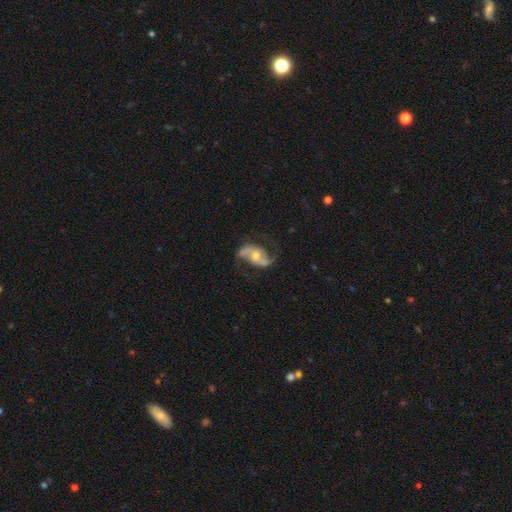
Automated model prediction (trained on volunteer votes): Morphology: type=featured or disk (84%); edge-on=no (96%); bar=no (44%); spiral arms=yes (94%); winding=loose (61%); arm count=2 (92%); bulge=moderate (67%); merging=none (71%).